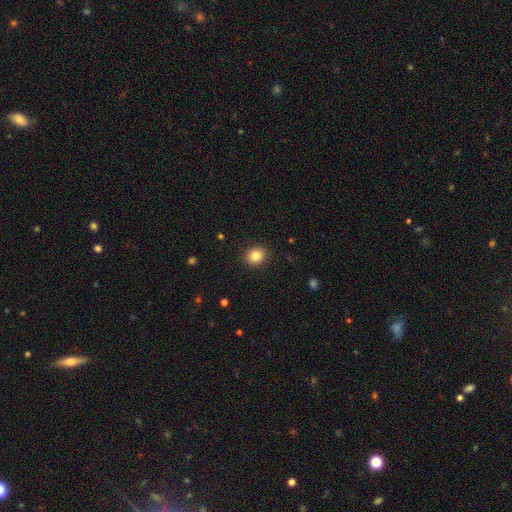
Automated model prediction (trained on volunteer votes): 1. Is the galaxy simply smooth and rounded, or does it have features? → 84% smooth, 10% star or artifact, 6% featured or disk.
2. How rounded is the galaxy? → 76% round, 23% in between, 1% cigar-shaped.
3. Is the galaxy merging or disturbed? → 91% none, 6% minor disturbance, 2% major disturbance, 1% merger.